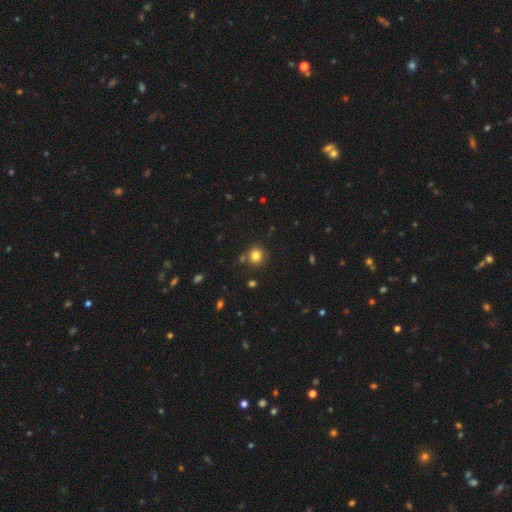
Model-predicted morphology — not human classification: A smooth galaxy with no disk features (81%) that is round (92%).

Vote fractions:
- Smooth or featured? smooth: 81% / star or artifact: 13% / featured or disk: 6%
- How rounded? round: 92% / in between: 7% / cigar-shaped: 1%
- Merging? none: 83% / minor disturbance: 8% / merger: 7% / major disturbance: 2%